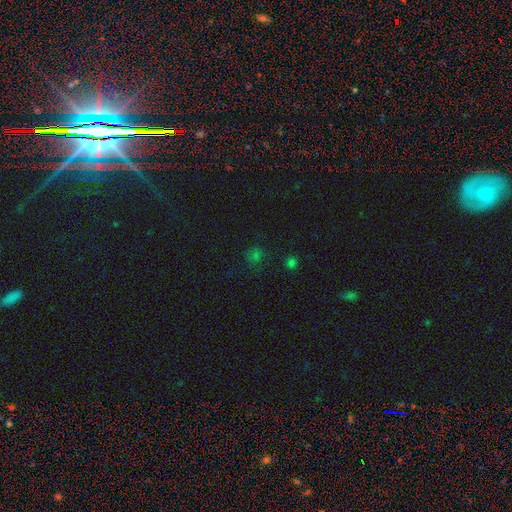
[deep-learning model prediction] Smooth or featured? Predicted: smooth (p=0.51). How rounded? Predicted: round (p=0.83). Merging? Predicted: none (p=0.78).